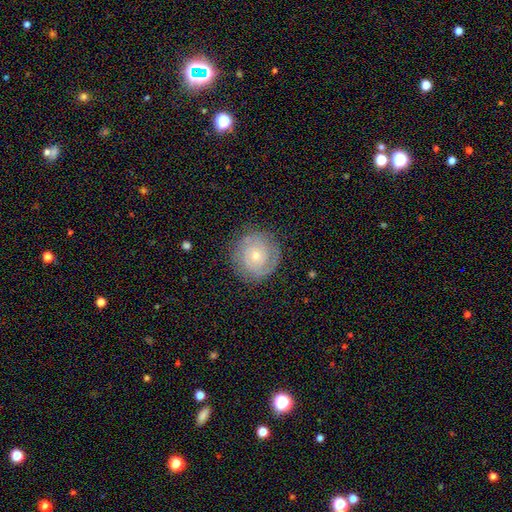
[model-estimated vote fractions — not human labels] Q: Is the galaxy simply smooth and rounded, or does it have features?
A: featured or disk — 71%.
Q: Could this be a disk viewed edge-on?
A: no — 98%.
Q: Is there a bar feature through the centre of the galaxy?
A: no — 79%.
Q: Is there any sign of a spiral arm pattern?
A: yes — 90%.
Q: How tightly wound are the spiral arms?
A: tight — 73%.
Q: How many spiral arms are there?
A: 2 — 53%.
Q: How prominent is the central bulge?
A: small — 65%.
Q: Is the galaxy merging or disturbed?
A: none — 84%.